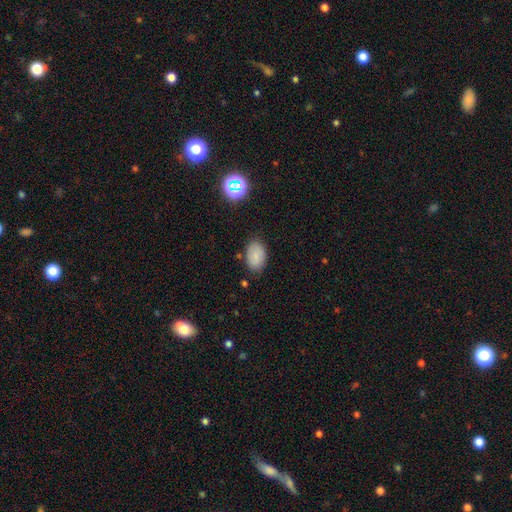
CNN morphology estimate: smooth-or-featured: smooth: 82% | star or artifact: 10% | featured or disk: 8%
  how-rounded: in between: 89% | round: 10% | cigar-shaped: 1%
  merging: none: 80% | minor disturbance: 14% | major disturbance: 3% | merger: 2%